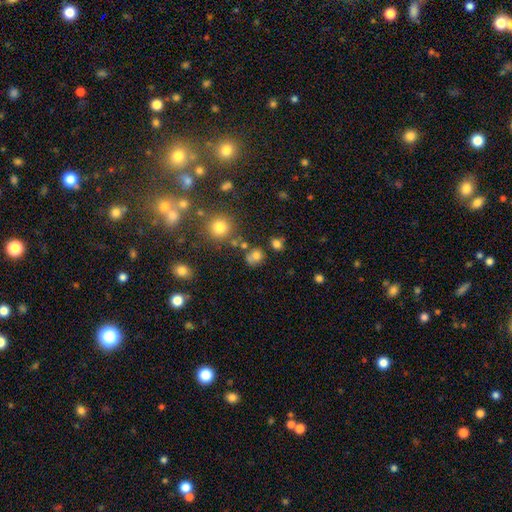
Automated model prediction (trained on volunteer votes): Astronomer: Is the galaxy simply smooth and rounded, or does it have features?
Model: smooth — 71%.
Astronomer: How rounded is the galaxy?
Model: round — 72%.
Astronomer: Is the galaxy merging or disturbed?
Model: none — 58%.